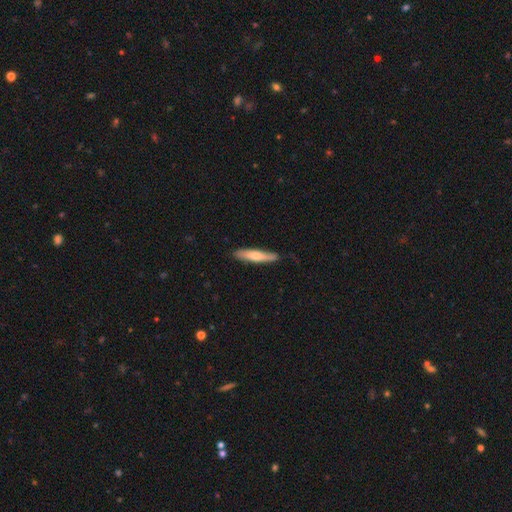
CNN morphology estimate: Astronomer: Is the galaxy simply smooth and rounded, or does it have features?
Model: smooth — 67%.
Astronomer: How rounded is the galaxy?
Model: cigar-shaped — 87%.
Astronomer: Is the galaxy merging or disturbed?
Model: none — 82%.